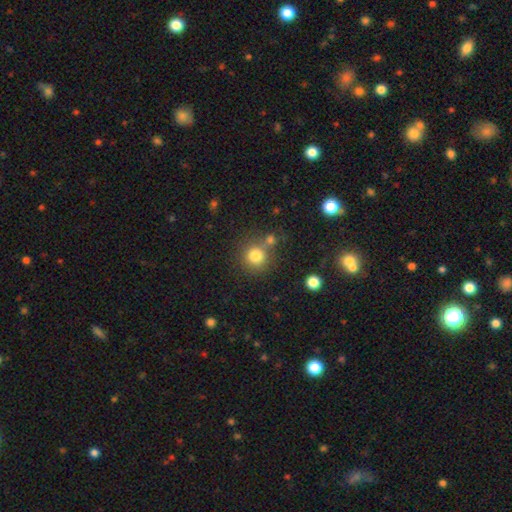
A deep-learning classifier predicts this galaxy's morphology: smooth_or_featured: smooth (p=0.80) [alt: star or artifact p=0.13]
how_rounded: round (p=0.91) [alt: in between p=0.08]
merging: none (p=0.68) [alt: merger p=0.18]